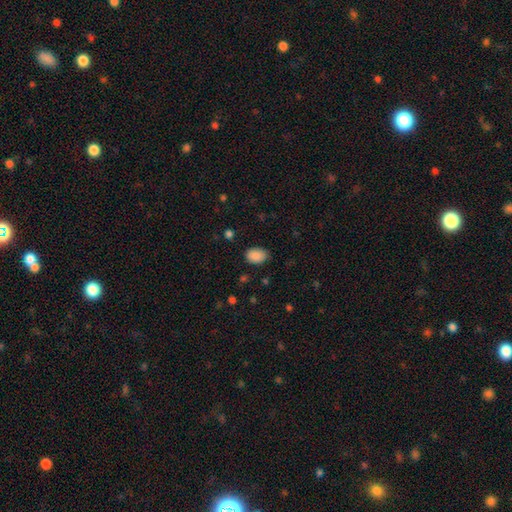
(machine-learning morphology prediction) type=smooth (89%); roundness=in between (80%); merging=none (80%).